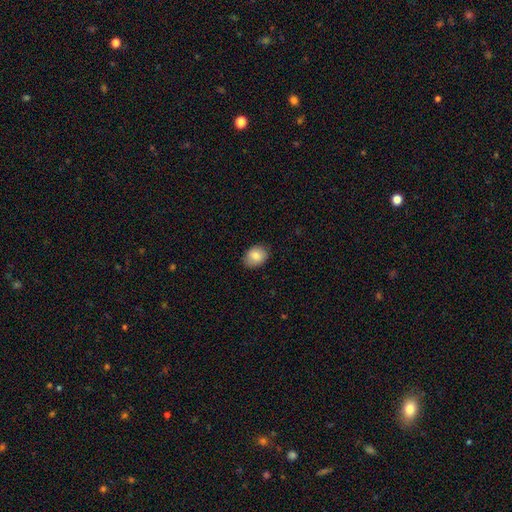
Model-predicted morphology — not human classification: A smooth galaxy with no disk features (83%) that is in between round and cigar-shaped (64%).

Vote fractions:
- Smooth or featured? smooth: 83% / featured or disk: 10% / star or artifact: 8%
- How rounded? in between: 64% / round: 35% / cigar-shaped: 1%
- Merging? none: 86% / minor disturbance: 11% / major disturbance: 2% / merger: 1%